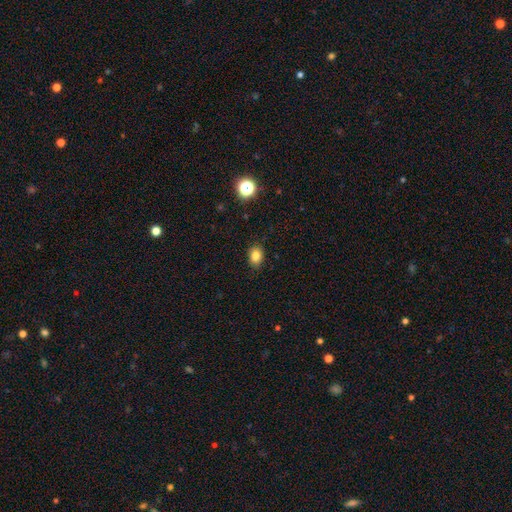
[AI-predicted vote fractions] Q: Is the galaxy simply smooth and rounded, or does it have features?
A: smooth — 82%.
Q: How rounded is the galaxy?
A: in between — 66%.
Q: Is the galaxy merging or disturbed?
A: none — 86%.